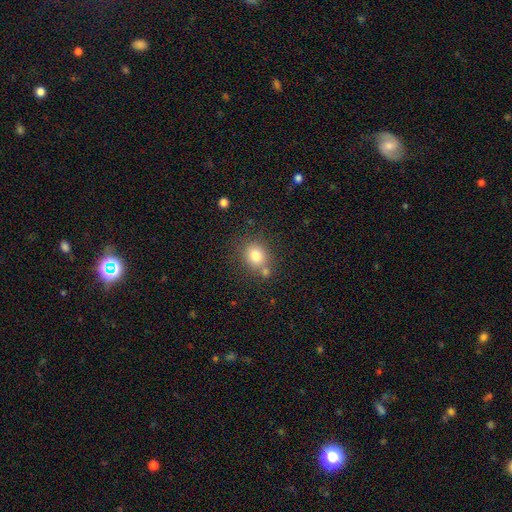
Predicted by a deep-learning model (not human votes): Smooth or featured? smooth (80%)
How rounded? round (72%)
Merging? none (66%)